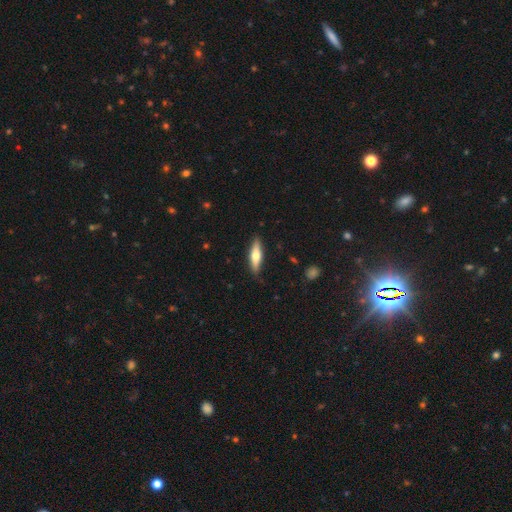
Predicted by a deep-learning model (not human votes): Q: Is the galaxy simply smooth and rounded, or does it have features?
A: smooth — 55%.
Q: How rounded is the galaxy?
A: cigar-shaped — 65%.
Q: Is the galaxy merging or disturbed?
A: none — 87%.